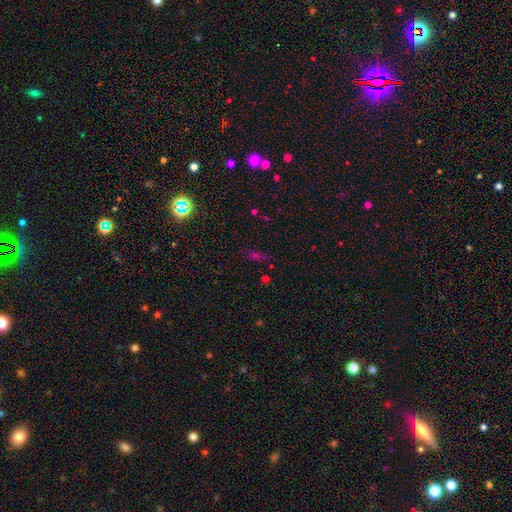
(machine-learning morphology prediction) Smooth or featured: smooth — 48% (star or artifact — 39%)
Merging: none — 70% (minor disturbance — 17%)